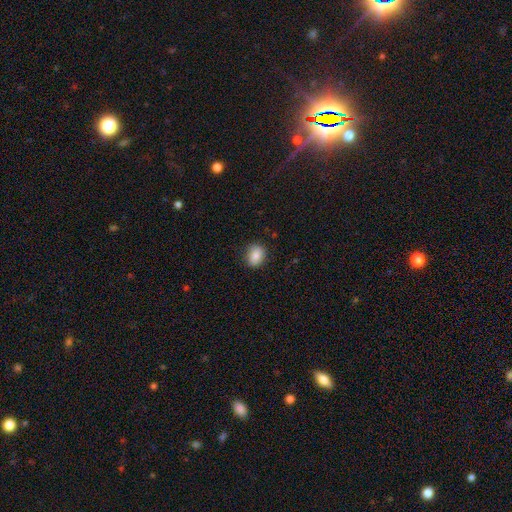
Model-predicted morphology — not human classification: Smooth or featured? Predicted: smooth (p=0.83). How rounded? Predicted: in between (p=0.56). Merging? Predicted: none (p=0.85).